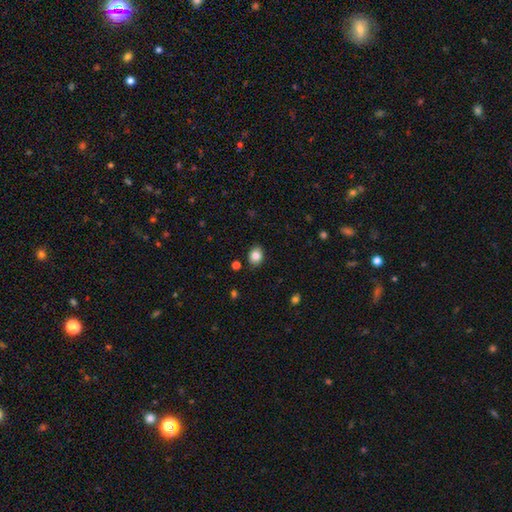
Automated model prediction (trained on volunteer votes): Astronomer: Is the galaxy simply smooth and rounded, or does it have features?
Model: smooth — 84%.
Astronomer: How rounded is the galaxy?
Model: in between — 53% (runner-up: round, 46%).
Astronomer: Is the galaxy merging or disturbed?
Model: none — 86%.